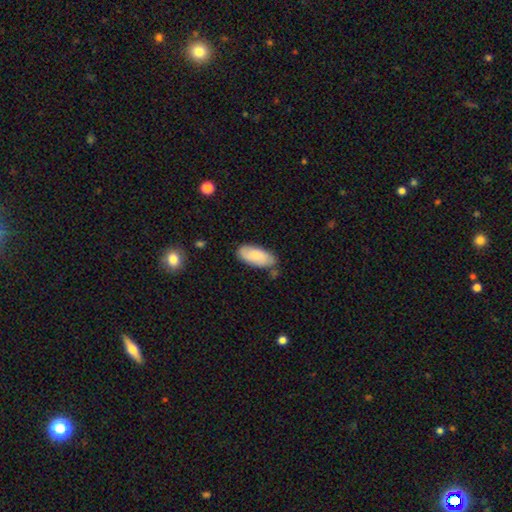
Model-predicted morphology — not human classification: Smooth or featured? smooth (77%)
How rounded? in between (90%)
Merging? none (72%)